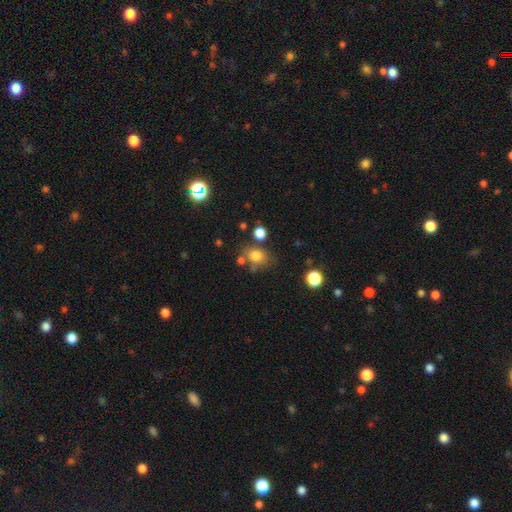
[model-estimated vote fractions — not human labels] This appears to be a smooth galaxy with no disk features (78%) that is round (51%). Merging: none (63%).